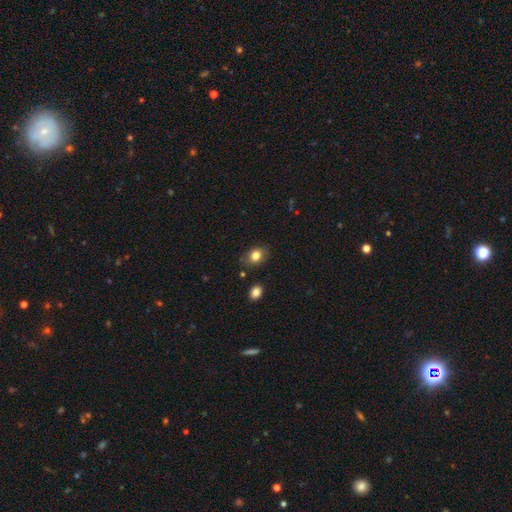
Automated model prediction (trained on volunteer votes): Smooth or featured? Predicted: smooth (p=0.81). How rounded? Predicted: in between (p=0.60). Merging? Predicted: none (p=0.79).